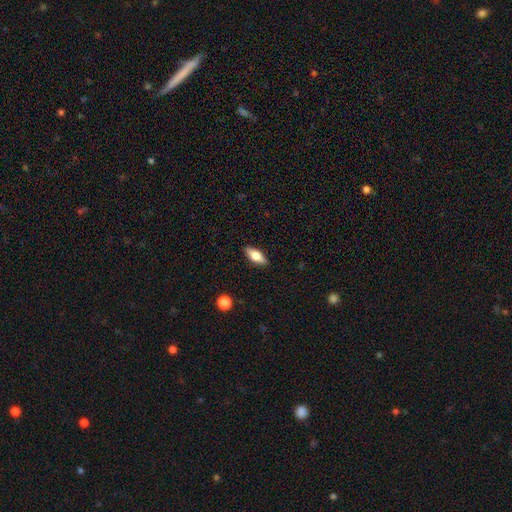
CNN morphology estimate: type=smooth (62%); roundness=in between (75%); merging=none (89%).